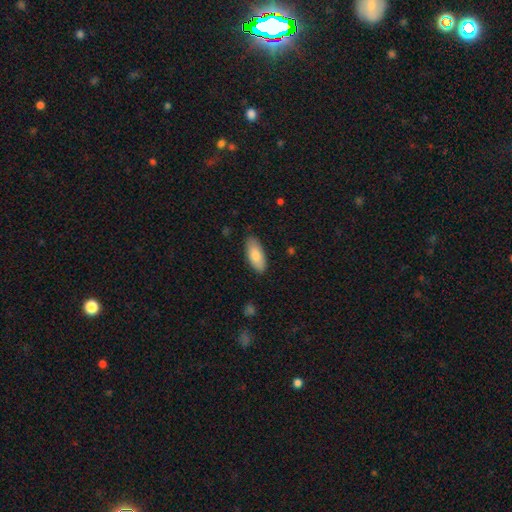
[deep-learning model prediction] A smooth galaxy with no disk features (83%) that is in between round and cigar-shaped (87%).

Vote fractions:
- Smooth or featured? smooth: 83% / featured or disk: 11% / star or artifact: 6%
- How rounded? in between: 87% / cigar-shaped: 11% / round: 2%
- Merging? none: 86% / minor disturbance: 11% / major disturbance: 2% / merger: 1%